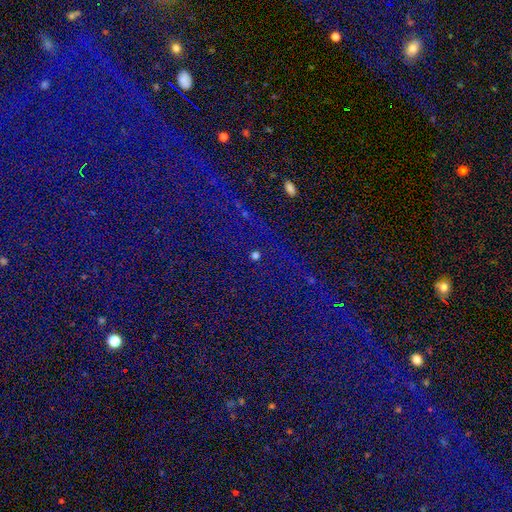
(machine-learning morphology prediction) Smooth or featured?
  - star or artifact: 73% *
  - smooth: 18%
  - featured or disk: 9%